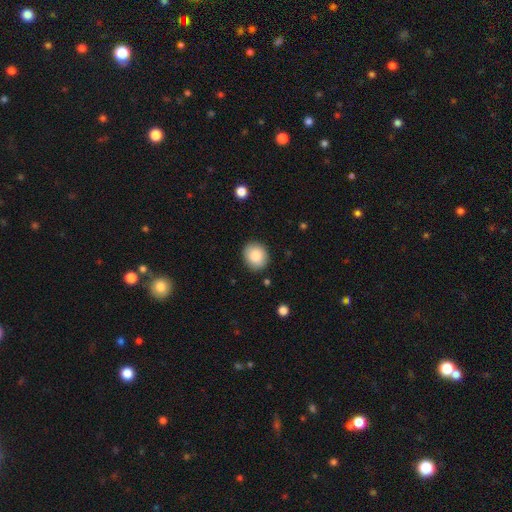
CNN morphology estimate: A smooth galaxy with no disk features (85%) that is round (69%).

Vote fractions:
- Smooth or featured? smooth: 85% / star or artifact: 8% / featured or disk: 7%
- How rounded? round: 69% / in between: 30% / cigar-shaped: 1%
- Merging? none: 88% / minor disturbance: 9% / major disturbance: 2% / merger: 1%